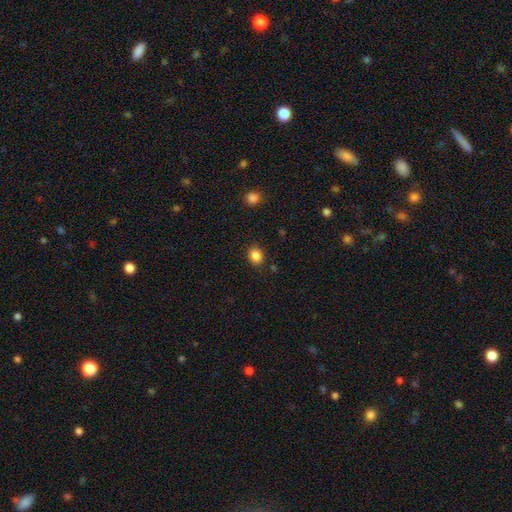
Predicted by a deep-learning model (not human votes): Smooth or featured?
  - smooth: 86% *
  - star or artifact: 11%
  - featured or disk: 3%
How rounded?
  - round: 66% *
  - in between: 33%
  - cigar-shaped: 1%
Merging?
  - none: 87% *
  - minor disturbance: 8%
  - major disturbance: 3%
  - merger: 2%